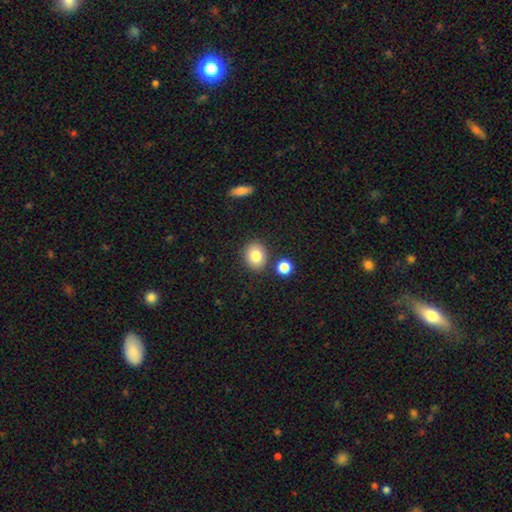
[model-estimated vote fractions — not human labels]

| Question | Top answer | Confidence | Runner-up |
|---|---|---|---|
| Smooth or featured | smooth | 82% | star or artifact (10%) |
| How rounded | round | 65% | in between (34%) |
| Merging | none | 82% | minor disturbance (9%) |